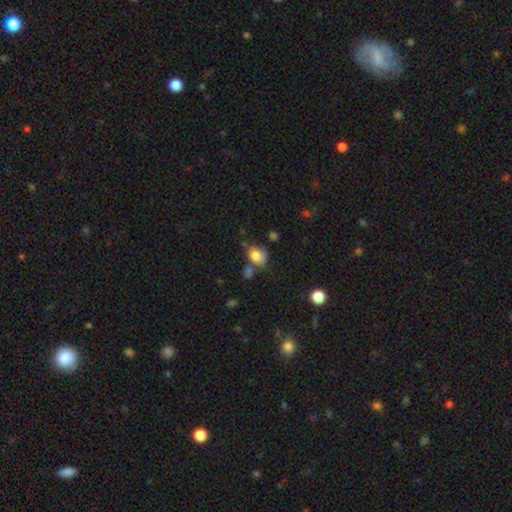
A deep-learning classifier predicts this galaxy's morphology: smooth_or_featured: smooth (p=0.74) [alt: featured or disk p=0.16]
how_rounded: in between (p=0.57) [alt: round p=0.42]
merging: none (p=0.44) [alt: minor disturbance p=0.27]